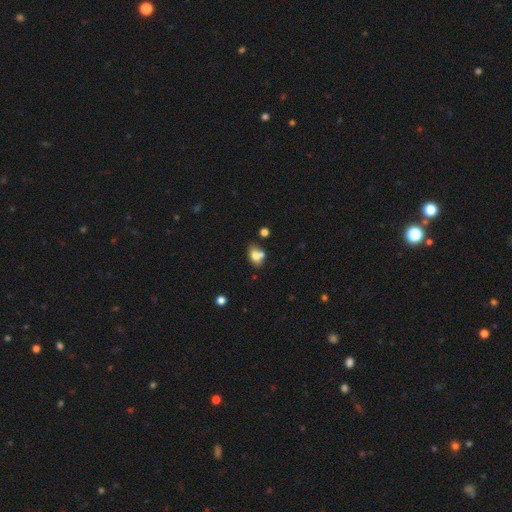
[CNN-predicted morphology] smooth 74%, featured or disk 15%, star or artifact 11%. Down the decision tree: how rounded — in between (71%); merging — none (49%).